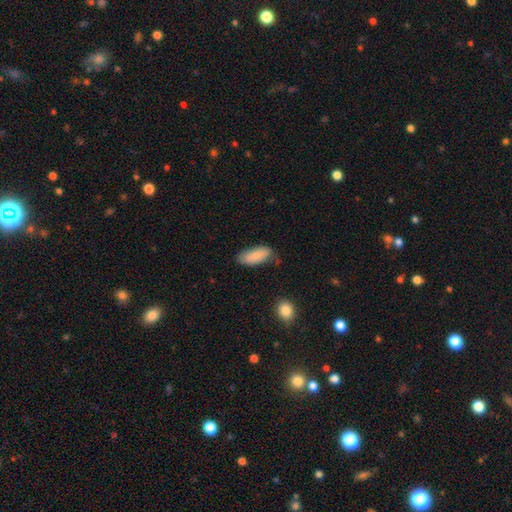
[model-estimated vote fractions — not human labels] Smooth or featured? Predicted: smooth (p=0.87). How rounded? Predicted: in between (p=0.81). Merging? Predicted: none (p=0.72).